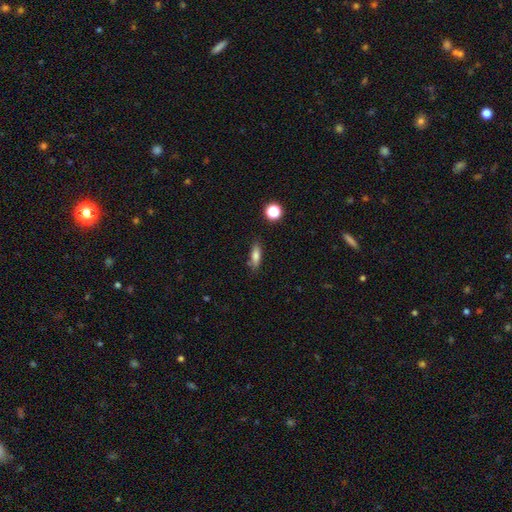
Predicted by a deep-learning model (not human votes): Smooth or featured? smooth (77%)
How rounded? in between (55%)
Merging? none (81%)